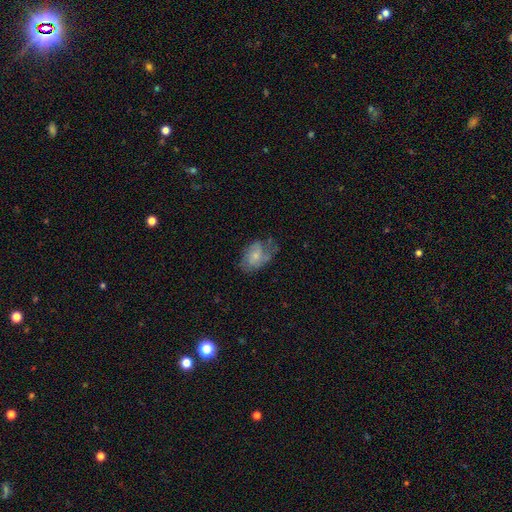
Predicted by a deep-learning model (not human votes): The model was most divided on "smooth or featured" (2-way tie): smooth: 46%, featured or disk: 46%, star or artifact: 8%. Remaining: merging — none (45%).